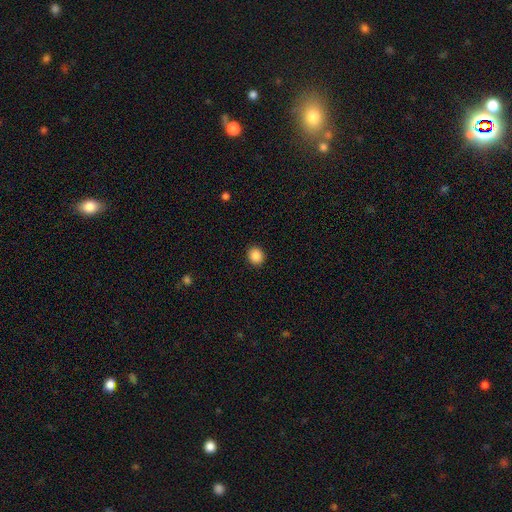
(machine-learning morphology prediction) Smooth or featured: smooth — 87% (star or artifact — 10%)
How rounded: round — 76% (in between — 23%)
Merging: none — 92% (minor disturbance — 6%)